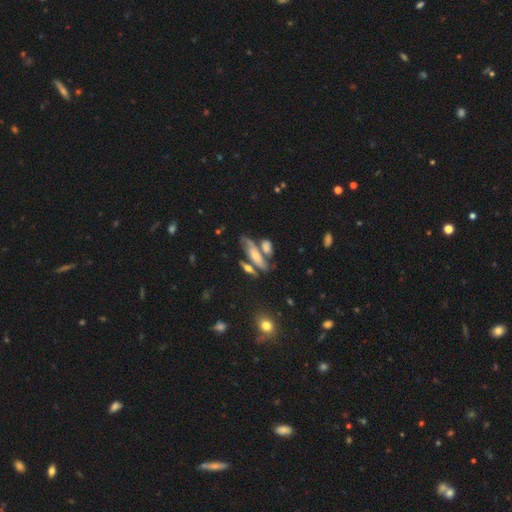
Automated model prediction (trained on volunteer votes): Smooth or featured: featured or disk — 47% (smooth — 44%)
Merging: none — 40% (merger — 34%)